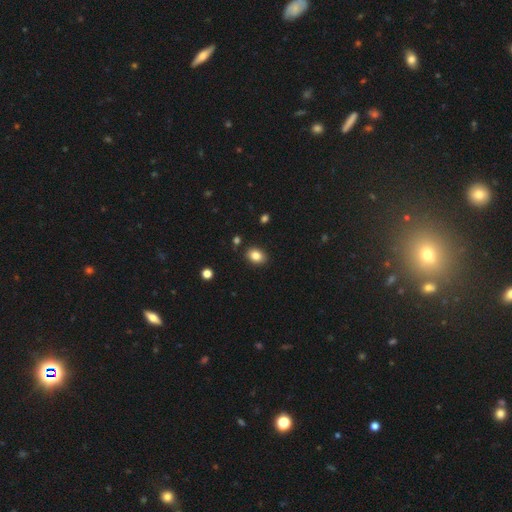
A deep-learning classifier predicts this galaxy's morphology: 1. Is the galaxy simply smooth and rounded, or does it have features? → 85% smooth, 9% star or artifact, 6% featured or disk.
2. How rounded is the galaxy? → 70% in between, 29% round, 1% cigar-shaped.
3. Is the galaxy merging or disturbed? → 86% none, 9% minor disturbance, 2% major disturbance, 2% merger.